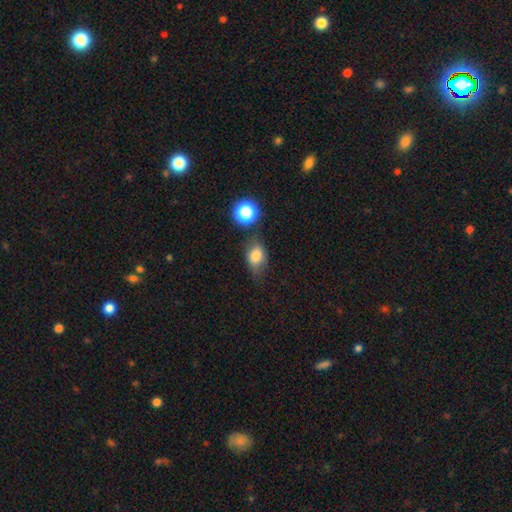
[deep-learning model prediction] A smooth galaxy with no disk features (77%) that is in between round and cigar-shaped (70%). Merging: none (58%).